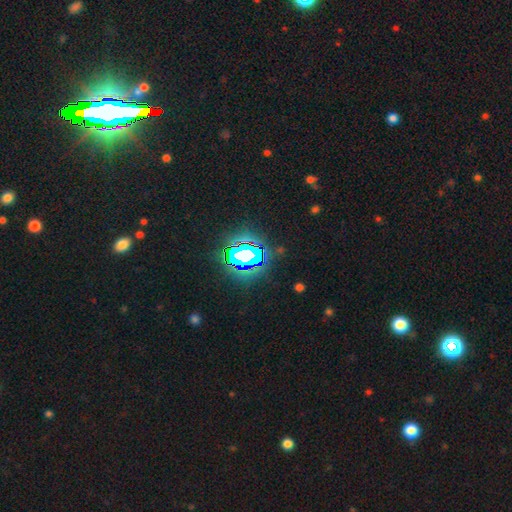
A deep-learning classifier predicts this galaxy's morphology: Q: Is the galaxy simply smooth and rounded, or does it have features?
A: star or artifact — 75%.